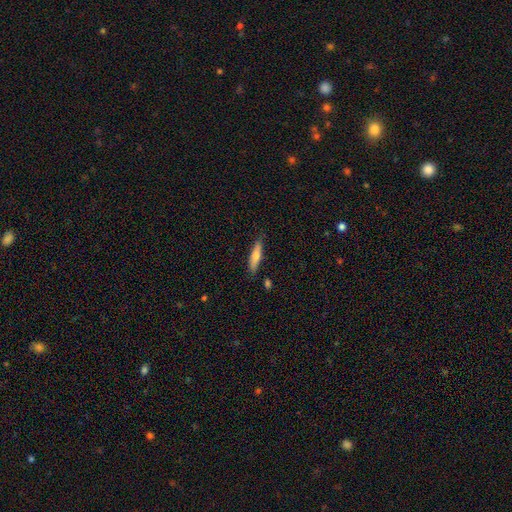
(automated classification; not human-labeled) Morphology: type=smooth (65%); roundness=cigar-shaped (78%); merging=none (82%).